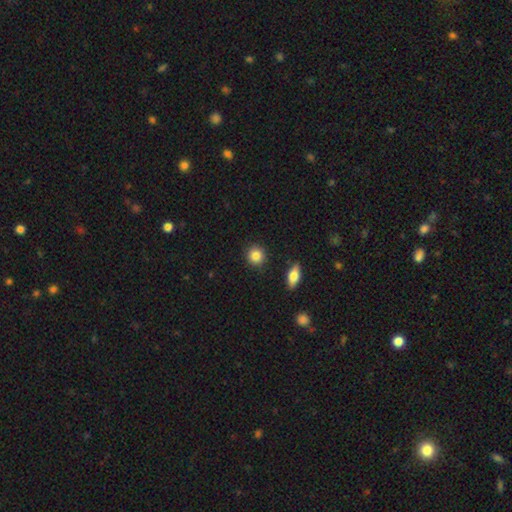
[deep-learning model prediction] Morphology: type=smooth (87%); roundness=round (88%); merging=none (89%).